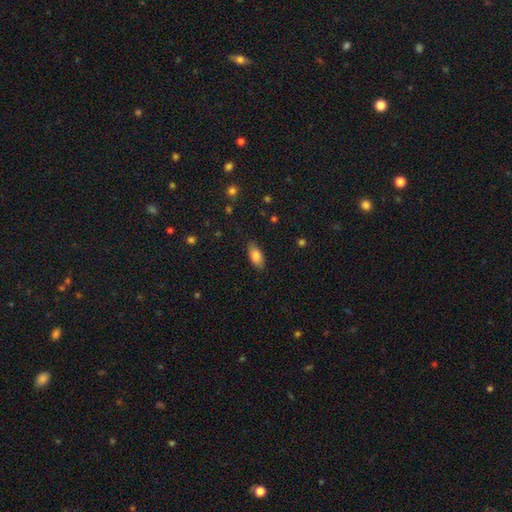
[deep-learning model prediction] Q: Smooth or featured?
A: smooth (81%); runner-up: featured or disk (11%)
Q: How rounded?
A: in between (87%); runner-up: cigar-shaped (10%)
Q: Merging?
A: none (83%); runner-up: minor disturbance (13%)